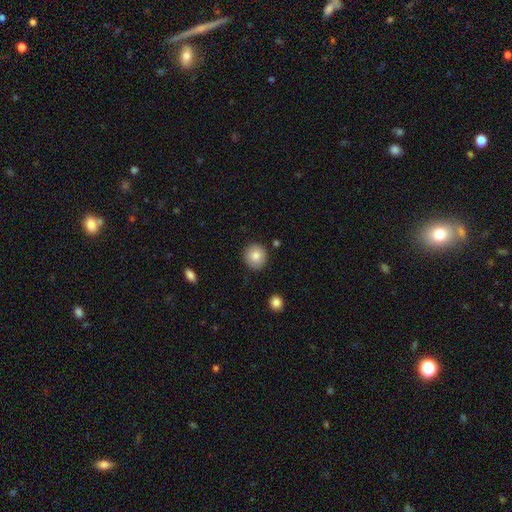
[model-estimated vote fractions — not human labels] This appears to be a smooth galaxy with no disk features (84%) that is round (92%). Merging: none (89%).